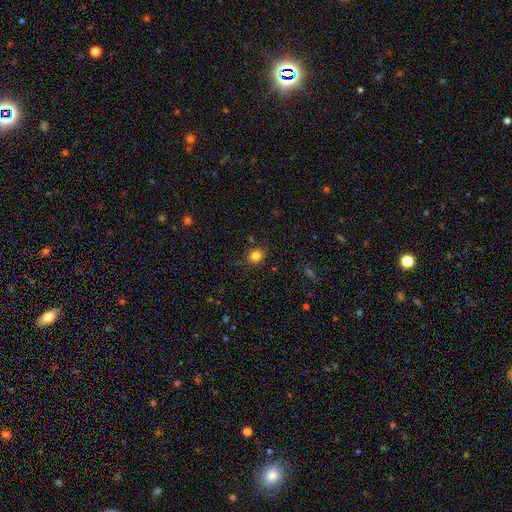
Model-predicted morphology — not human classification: This appears to be a smooth galaxy with no disk features (82%) that is round (77%). Merging: none (87%).